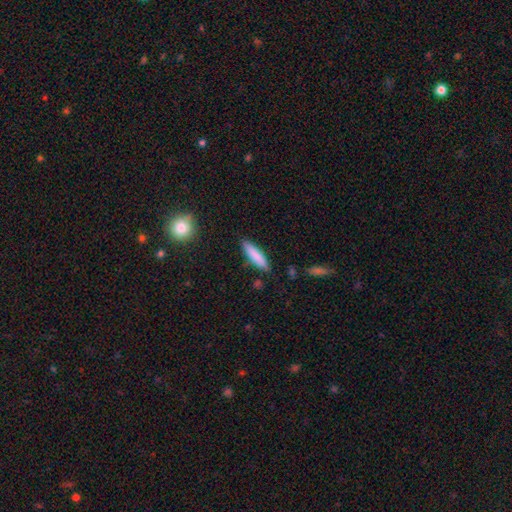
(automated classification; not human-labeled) Smooth or featured? Predicted: smooth (p=0.84). How rounded? Predicted: cigar-shaped (p=0.76). Merging? Predicted: none (p=0.84).